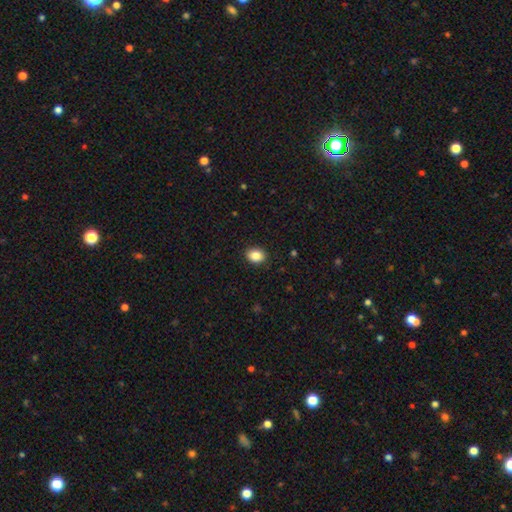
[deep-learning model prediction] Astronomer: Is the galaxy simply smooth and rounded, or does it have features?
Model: smooth — 87%.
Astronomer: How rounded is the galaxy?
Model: in between — 54% (runner-up: round, 45%).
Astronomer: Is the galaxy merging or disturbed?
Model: none — 91%.